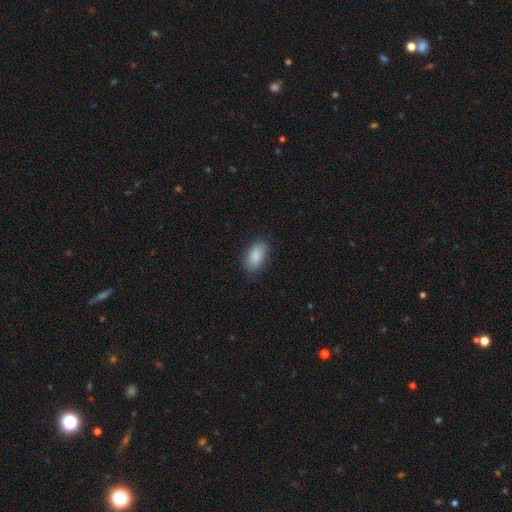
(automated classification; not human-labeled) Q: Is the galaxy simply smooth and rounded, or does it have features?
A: smooth — 87%.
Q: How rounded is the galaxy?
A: in between — 93%.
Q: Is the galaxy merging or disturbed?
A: none — 79%.